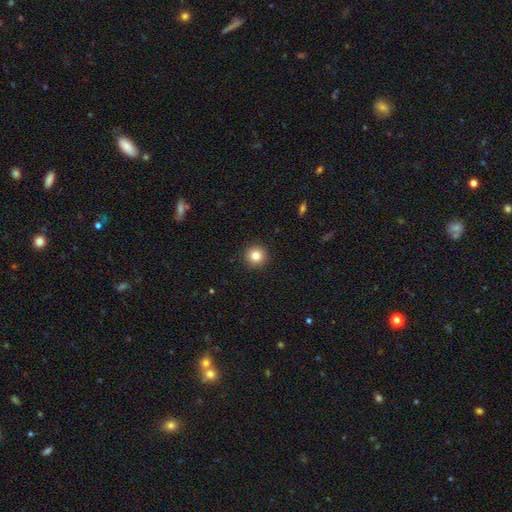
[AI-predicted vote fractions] Q: Smooth or featured?
A: smooth (83%); runner-up: star or artifact (11%)
Q: How rounded?
A: round (95%); runner-up: in between (4%)
Q: Merging?
A: none (93%); runner-up: minor disturbance (5%)